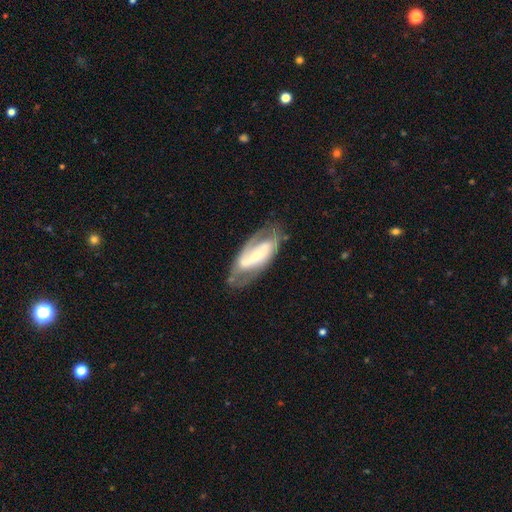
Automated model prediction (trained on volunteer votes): Overall: featured or disk (77%). Edge-on disk: no (92%). Bar: strong (52%; weak 27%). Spiral arms: yes (81%). Spiral arm count: 2 (72%). Spiral winding: medium (43%; tight 35%). Bulge size: small (59%; moderate 31%). Merging: none (63%).